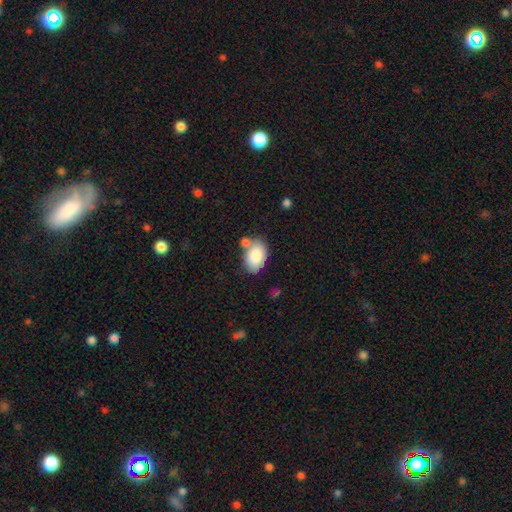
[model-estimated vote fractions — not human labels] Smooth or featured: smooth — 84% (featured or disk — 9%)
How rounded: in between — 90% (round — 9%)
Merging: none — 64% (minor disturbance — 17%)